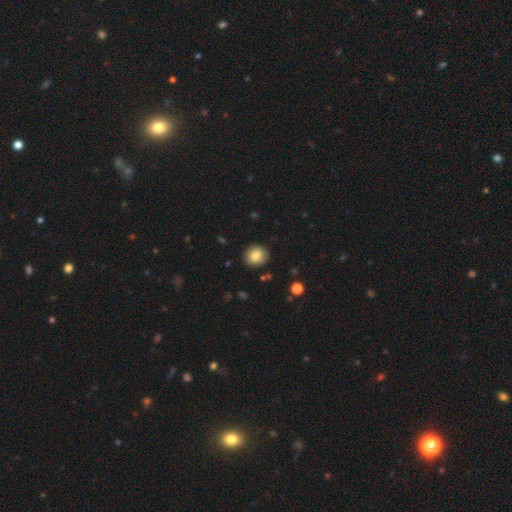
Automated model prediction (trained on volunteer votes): Smooth or featured? smooth (83%)
How rounded? round (83%)
Merging? none (88%)